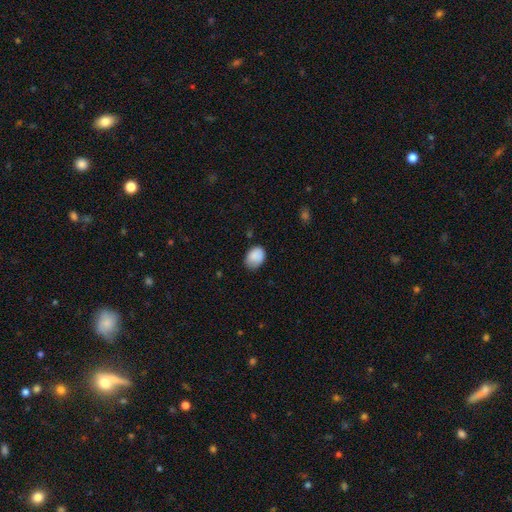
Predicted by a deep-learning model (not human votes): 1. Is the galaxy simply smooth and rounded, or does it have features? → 87% smooth, 7% star or artifact, 6% featured or disk.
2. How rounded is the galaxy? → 71% in between, 28% round, 1% cigar-shaped.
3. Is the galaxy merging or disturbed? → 63% none, 30% minor disturbance, 6% major disturbance, 2% merger.